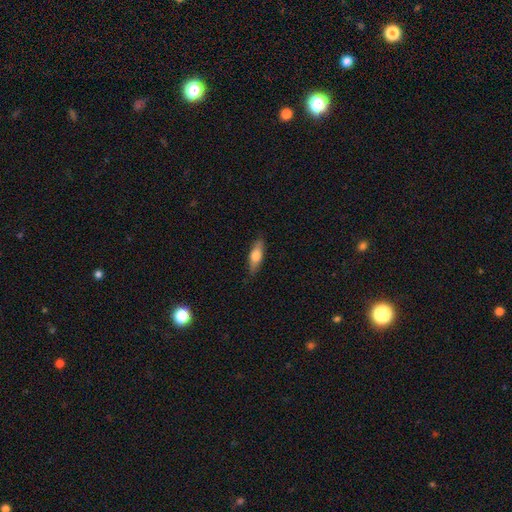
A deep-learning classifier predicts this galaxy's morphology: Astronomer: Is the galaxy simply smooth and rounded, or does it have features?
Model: smooth — 67%.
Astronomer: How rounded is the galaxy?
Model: in between — 55% (runner-up: cigar-shaped, 43%).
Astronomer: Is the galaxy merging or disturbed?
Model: none — 85%.